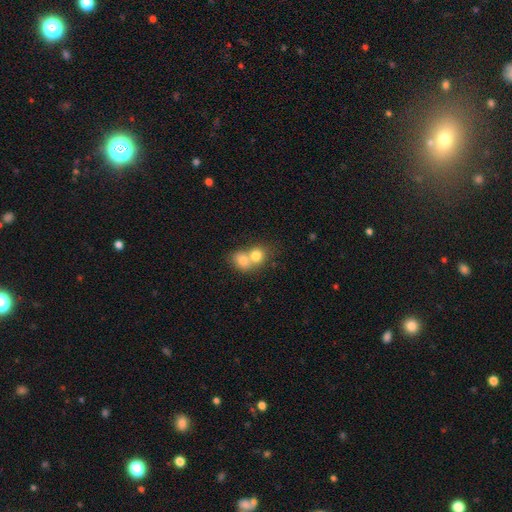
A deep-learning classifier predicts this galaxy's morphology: Overall: smooth (76%). How rounded: round (65%; in between 33%). Merging: merger (70%).